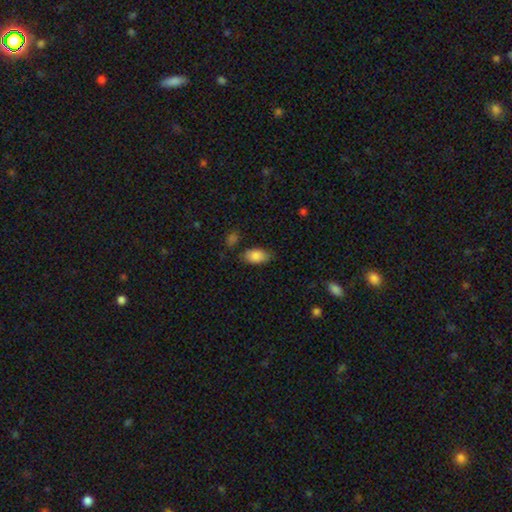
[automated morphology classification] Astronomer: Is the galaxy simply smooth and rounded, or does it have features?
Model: smooth — 85%.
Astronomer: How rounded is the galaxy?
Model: in between — 92%.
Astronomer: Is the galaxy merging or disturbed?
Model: none — 74%.